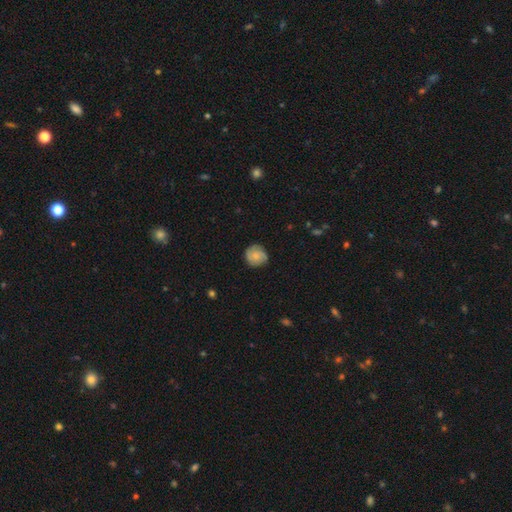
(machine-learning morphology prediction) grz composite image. It shows a smooth galaxy with no disk features (64%) that is round (89%). Merging: none (79%).